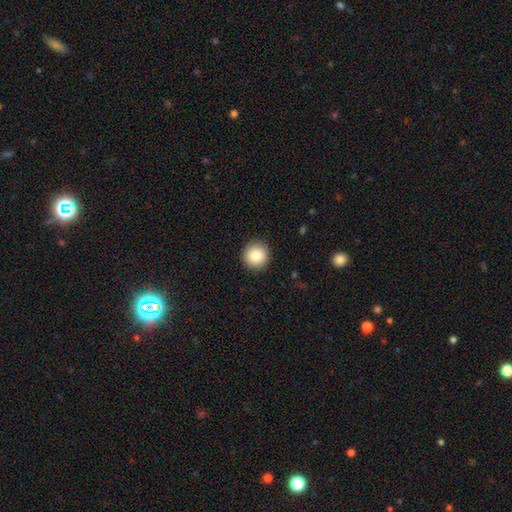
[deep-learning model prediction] Smooth or featured?
  - smooth: 86% *
  - star or artifact: 8%
  - featured or disk: 6%
How rounded?
  - round: 95% *
  - in between: 4%
  - cigar-shaped: 1%
Merging?
  - none: 92% *
  - minor disturbance: 5%
  - major disturbance: 2%
  - merger: 1%